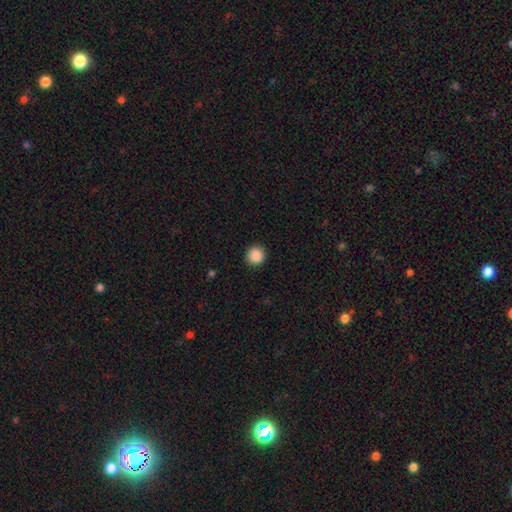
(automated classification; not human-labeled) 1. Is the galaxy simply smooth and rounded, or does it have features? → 89% smooth, 9% star or artifact, 2% featured or disk.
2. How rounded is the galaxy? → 94% round, 5% in between, 1% cigar-shaped.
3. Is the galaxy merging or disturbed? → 92% none, 5% minor disturbance, 2% major disturbance, 1% merger.